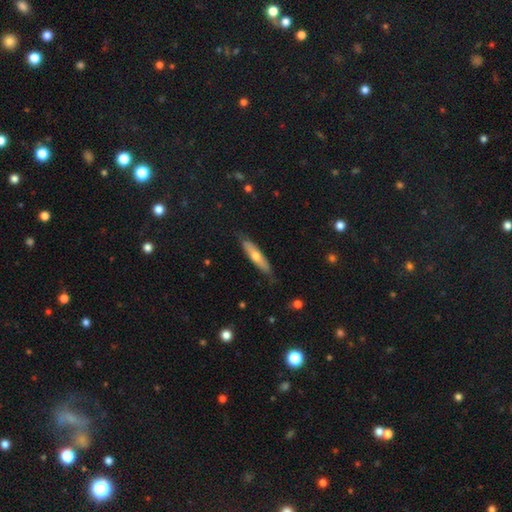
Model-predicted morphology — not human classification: smooth-or-featured: smooth: 51% | featured or disk: 43% | star or artifact: 6%
  how-rounded: cigar-shaped: 83% | in between: 16% | round: 2%
  merging: none: 79% | minor disturbance: 17% | major disturbance: 3% | merger: 1%